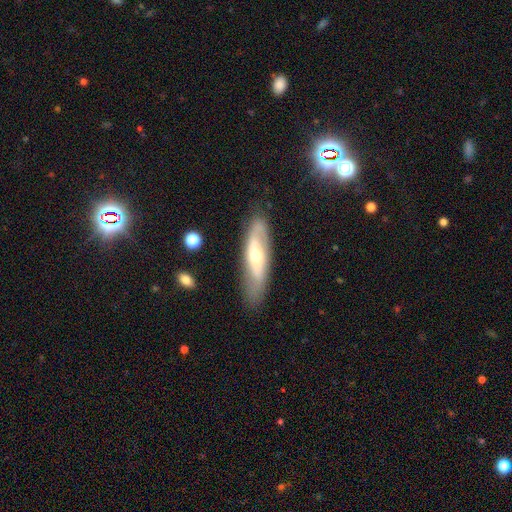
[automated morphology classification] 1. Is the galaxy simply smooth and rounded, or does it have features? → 62% featured or disk, 31% smooth, 7% star or artifact.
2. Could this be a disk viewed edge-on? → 65% no, 35% yes.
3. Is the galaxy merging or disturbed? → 81% none, 14% minor disturbance, 4% major disturbance, 2% merger.